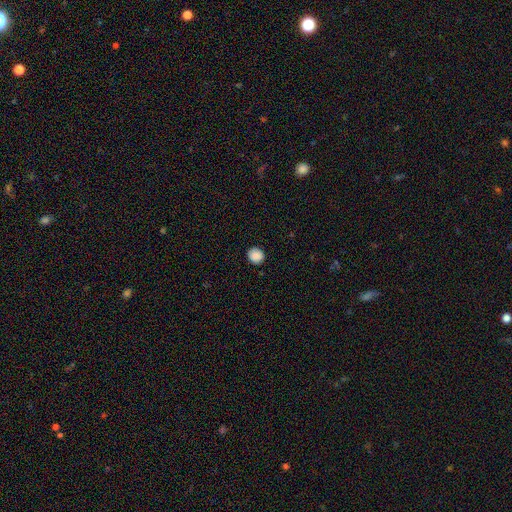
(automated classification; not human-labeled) Smooth or featured: smooth — 89% (star or artifact — 9%)
How rounded: round — 89% (in between — 11%)
Merging: none — 90% (minor disturbance — 7%)